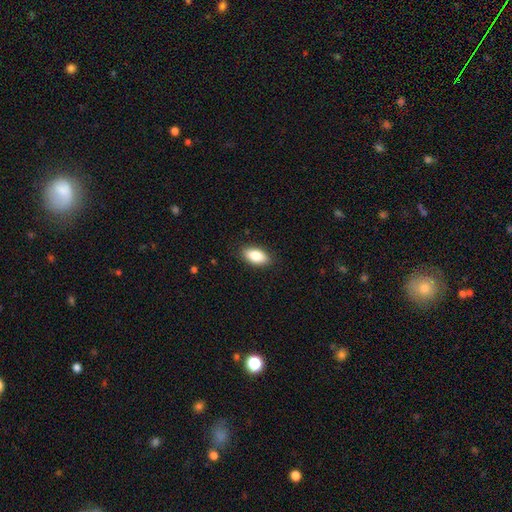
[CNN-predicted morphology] A smooth galaxy with no disk features (86%) that is in between round and cigar-shaped (91%). Merging: none (88%).